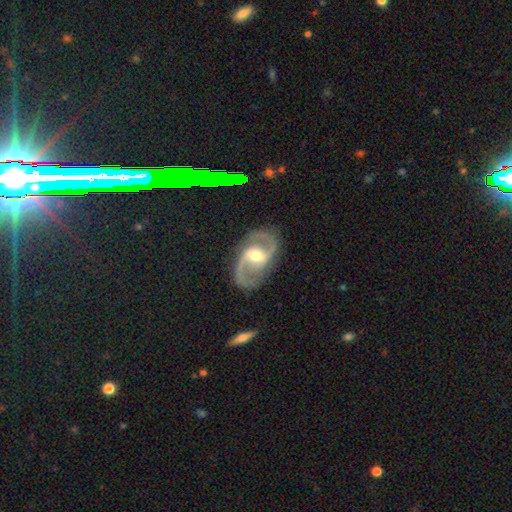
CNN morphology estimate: smooth_or_featured: featured or disk (p=0.91) [alt: smooth p=0.05]
disk_edge_on: no (p=0.97) [alt: yes p=0.03]
bar: weak (p=0.48) [alt: strong p=0.27]
has_spiral_arms: yes (p=0.97) [alt: no p=0.03]
spiral_winding: medium (p=0.57) [alt: loose p=0.30]
spiral_arm_count: 2 (p=0.93) [alt: can't tell p=0.02]
bulge_size: moderate (p=0.65) [alt: small p=0.25]
merging: none (p=0.83) [alt: minor disturbance p=0.11]